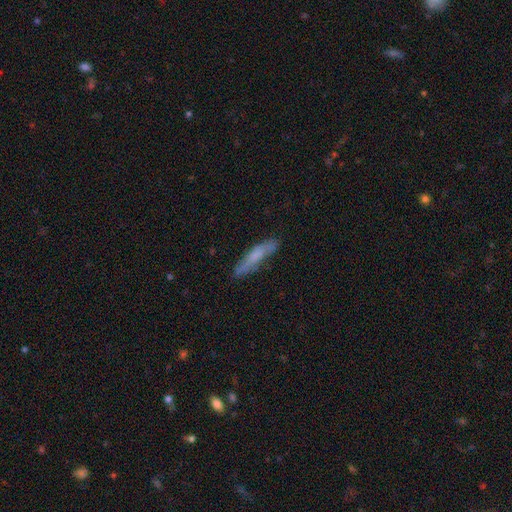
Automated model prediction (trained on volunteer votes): Overall: smooth (59%; featured or disk 34%). How rounded: cigar-shaped (87%). Merging: none (76%).